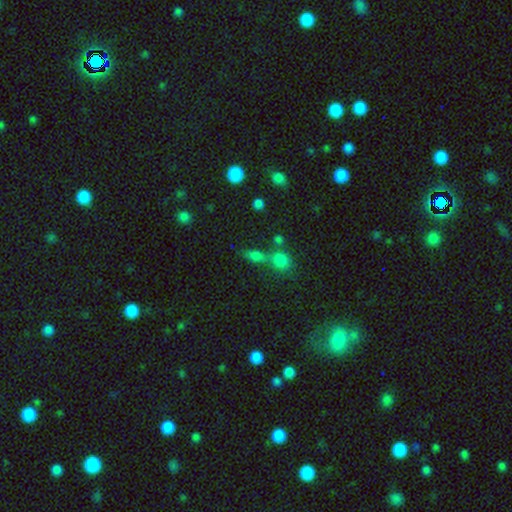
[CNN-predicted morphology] type=smooth (68%); roundness=in between (62%); merging=merger (42%).